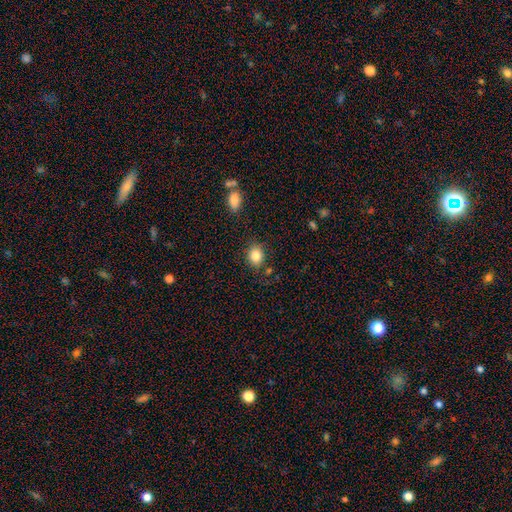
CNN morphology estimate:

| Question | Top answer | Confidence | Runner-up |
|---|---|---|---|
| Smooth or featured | smooth | 85% | star or artifact (9%) |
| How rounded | round | 53% | in between (46%) |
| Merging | none | 81% | minor disturbance (12%) |